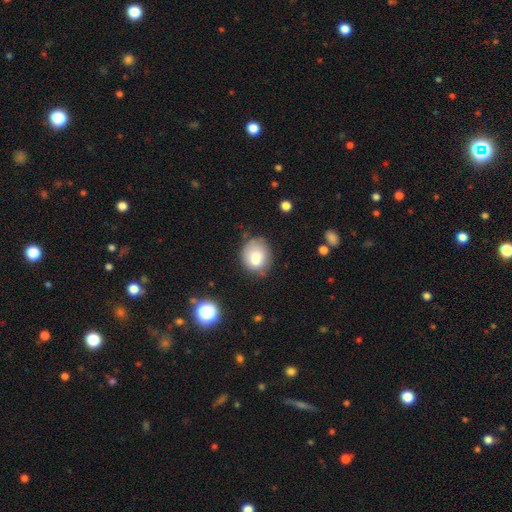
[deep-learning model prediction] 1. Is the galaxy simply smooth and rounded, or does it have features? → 75% smooth, 16% featured or disk, 10% star or artifact.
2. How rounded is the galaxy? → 59% round, 40% in between, 1% cigar-shaped.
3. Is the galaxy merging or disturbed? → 57% none, 24% minor disturbance, 11% merger, 8% major disturbance.